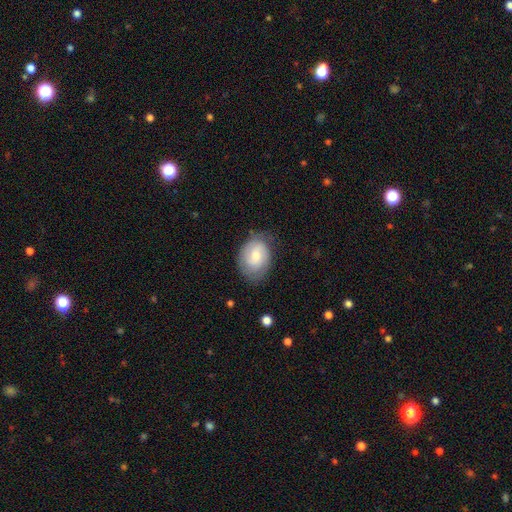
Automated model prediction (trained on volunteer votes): Morphology: type=smooth (57%); roundness=in between (74%); merging=none (68%).